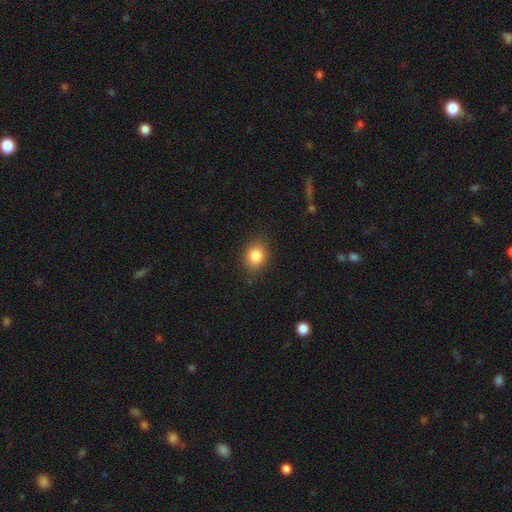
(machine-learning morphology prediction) type=smooth (84%); roundness=in between (57%); merging=none (84%).